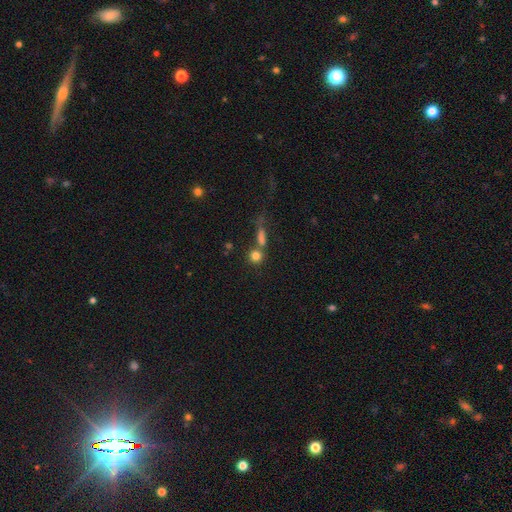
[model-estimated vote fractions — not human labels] Smooth or featured?
  - smooth: 79% *
  - star or artifact: 13%
  - featured or disk: 9%
How rounded?
  - round: 86% *
  - in between: 11%
  - cigar-shaped: 3%
Merging?
  - none: 58% *
  - merger: 26%
  - minor disturbance: 10%
  - major disturbance: 6%